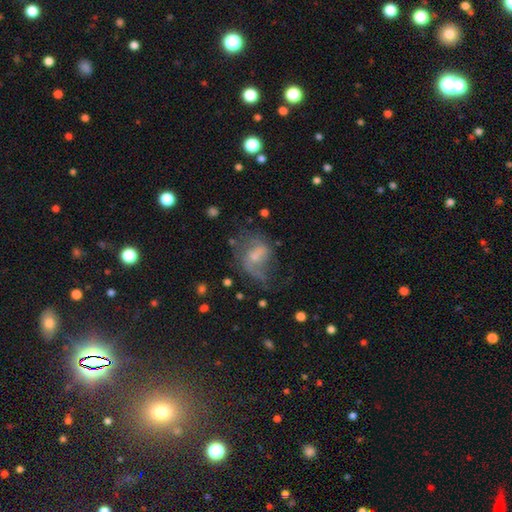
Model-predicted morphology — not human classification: Smooth or featured: featured or disk — 58% (smooth — 31%)
Edge-on disk: no — 97% (yes — 3%)
Bar: no — 51% (weak — 40%)
Spiral arms: yes — 71% (no — 29%)
Bulge size: small — 44% (moderate — 36%)
Merging: major disturbance — 37% (none — 36%)